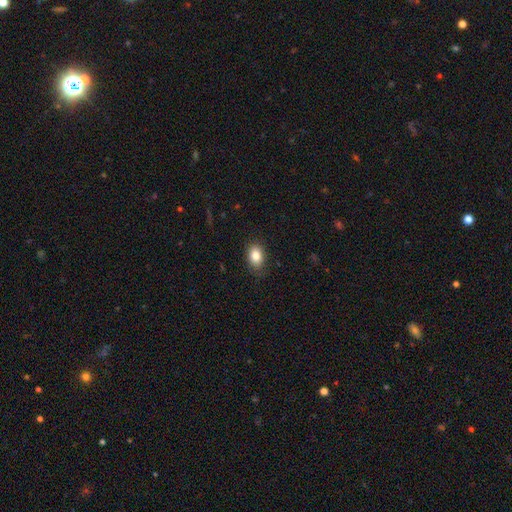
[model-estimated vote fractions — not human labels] smooth 84%, star or artifact 9%, featured or disk 7%. Down the decision tree: how rounded — in between (79%); merging — none (83%).